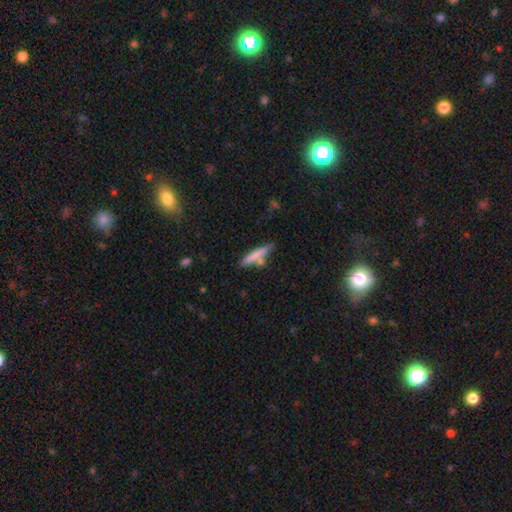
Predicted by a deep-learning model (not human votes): This appears to be a smooth galaxy with no disk features (74%) that is cigar-shaped (89%). Merging: none (69%).